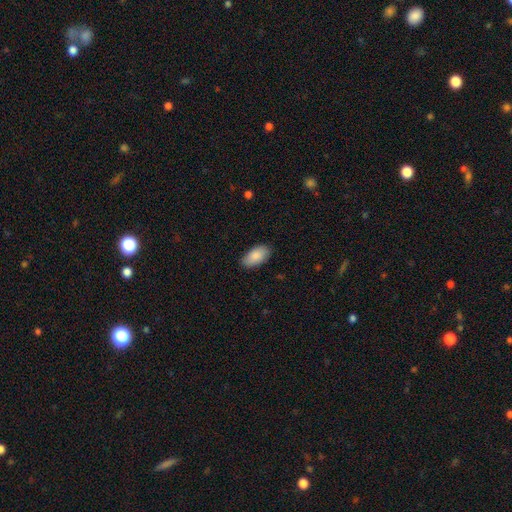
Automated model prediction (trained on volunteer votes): This is clearly a smooth galaxy (87%). How rounded: clearly in between (95%). Merging: clearly none (86%).